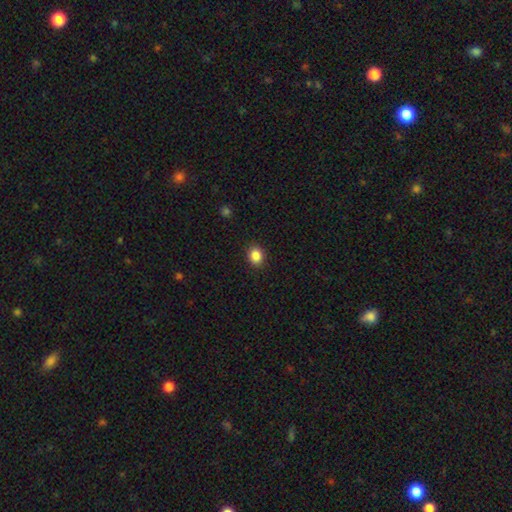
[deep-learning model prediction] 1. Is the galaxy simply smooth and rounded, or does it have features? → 86% smooth, 10% star or artifact, 4% featured or disk.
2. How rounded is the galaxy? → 61% round, 39% in between, 1% cigar-shaped.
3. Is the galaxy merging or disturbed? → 91% none, 7% minor disturbance, 2% major disturbance, 1% merger.